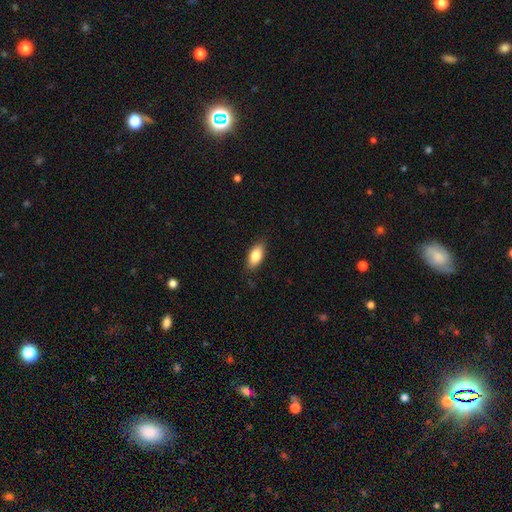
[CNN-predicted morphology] A smooth galaxy with no disk features (82%) that is in between round and cigar-shaped (88%).

Vote fractions:
- Smooth or featured? smooth: 82% / featured or disk: 11% / star or artifact: 7%
- How rounded? in between: 88% / cigar-shaped: 8% / round: 3%
- Merging? none: 85% / minor disturbance: 11% / major disturbance: 2% / merger: 1%